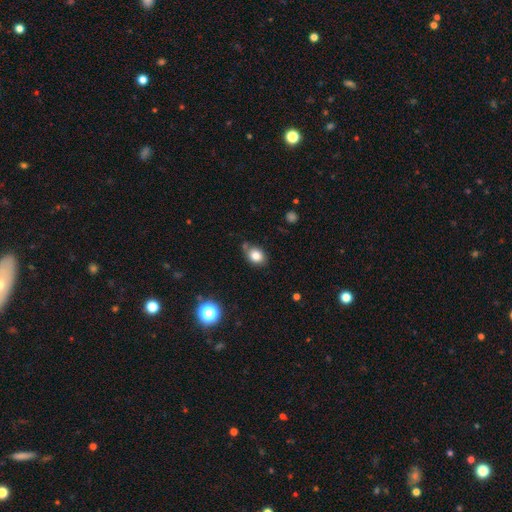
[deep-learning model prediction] Overall: smooth (80%). How rounded: in between (56%; round 43%). Merging: none (69%).